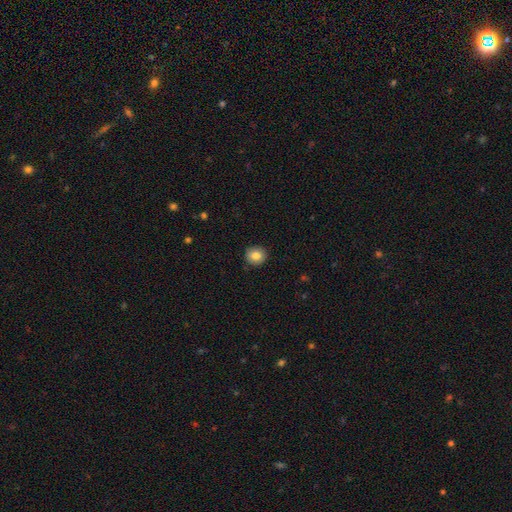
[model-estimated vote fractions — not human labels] Smooth or featured: smooth — 83% (star or artifact — 9%)
How rounded: round — 84% (in between — 15%)
Merging: none — 89% (minor disturbance — 8%)